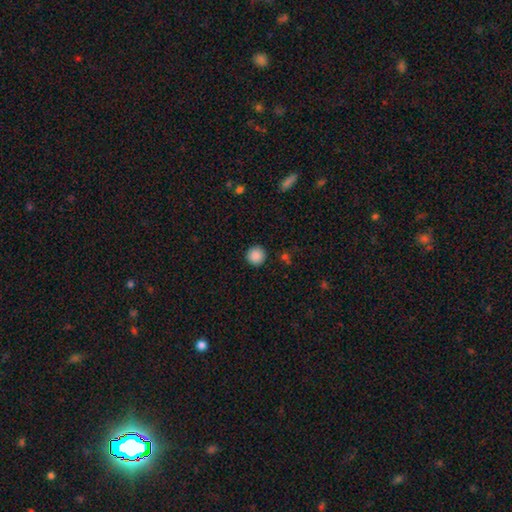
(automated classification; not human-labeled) Morphology: type=smooth (88%); roundness=round (95%); merging=none (92%).